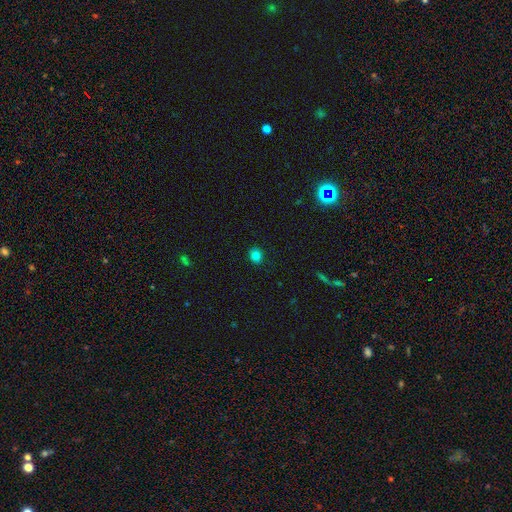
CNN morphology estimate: This appears to be a smooth galaxy with no disk features (82%) that is round (73%). Merging: none (88%).